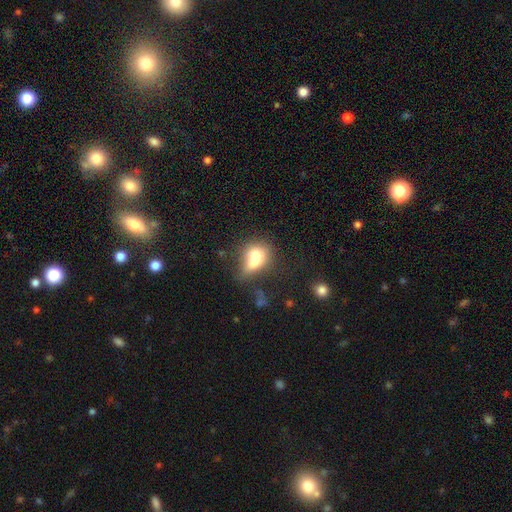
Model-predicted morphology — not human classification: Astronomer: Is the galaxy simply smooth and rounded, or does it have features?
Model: smooth — 67%.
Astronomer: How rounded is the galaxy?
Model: in between — 60% (runner-up: round, 36%).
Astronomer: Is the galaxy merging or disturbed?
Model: merger — 46% (runner-up: none, 25%).